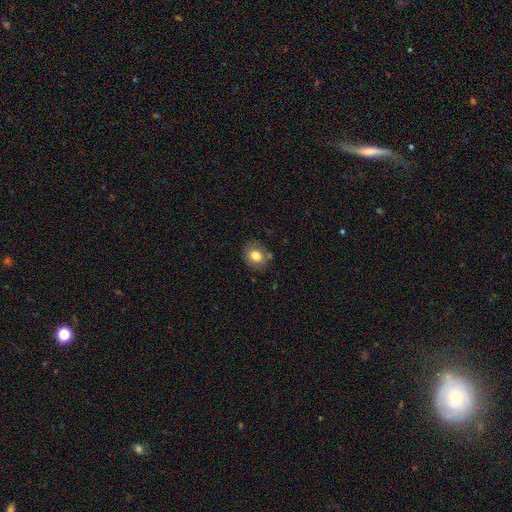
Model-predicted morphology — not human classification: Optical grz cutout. It shows a smooth galaxy with no disk features (79%) that is round (64%). Merging: none (77%).